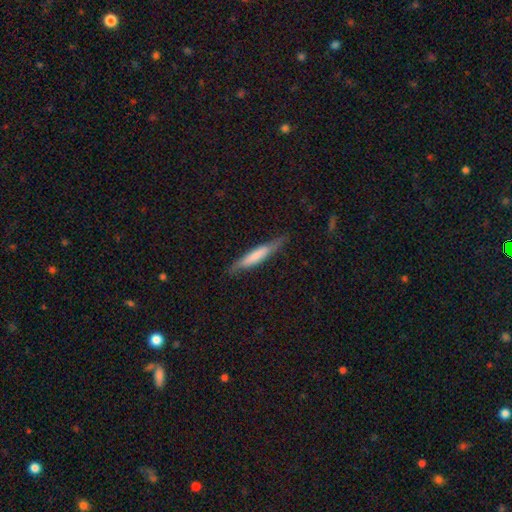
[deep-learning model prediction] This appears to be a smooth galaxy with no disk features (60%) that is cigar-shaped (89%). Merging: none (80%).